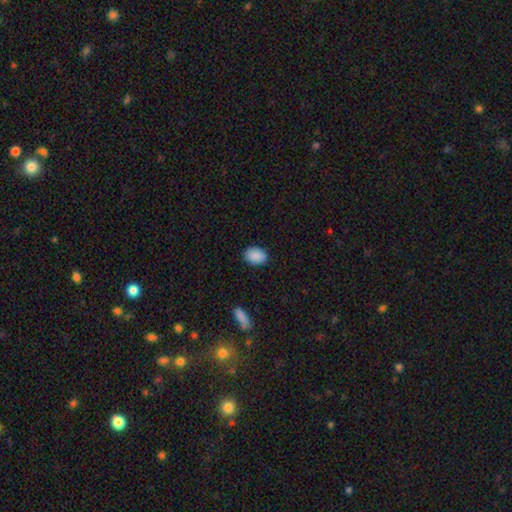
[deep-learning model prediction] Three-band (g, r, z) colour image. It shows a smooth galaxy with no disk features (89%) that is in between round and cigar-shaped (73%). Merging: none (84%).